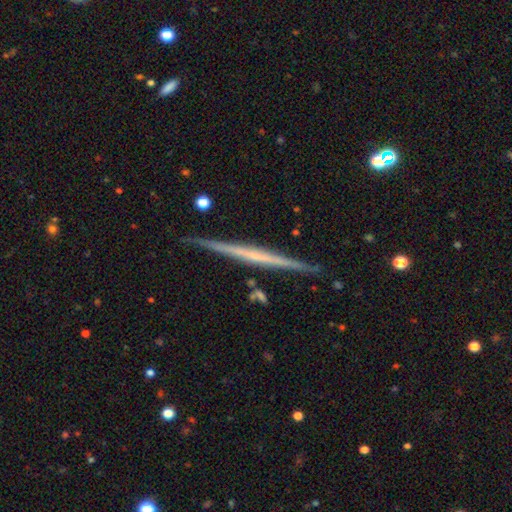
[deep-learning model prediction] featured or disk 71%, smooth 24%, star or artifact 5%. Down the decision tree: edge-on disk — yes (98%); edge-on bulge — none (80%); merging — none (90%).